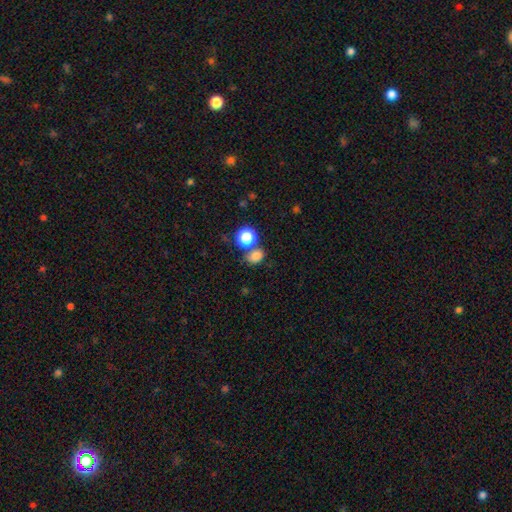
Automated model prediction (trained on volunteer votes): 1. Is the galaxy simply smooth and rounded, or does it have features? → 78% smooth, 16% star or artifact, 6% featured or disk.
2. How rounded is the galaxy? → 52% round, 47% in between, 1% cigar-shaped.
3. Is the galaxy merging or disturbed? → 63% none, 20% merger, 12% minor disturbance, 5% major disturbance.